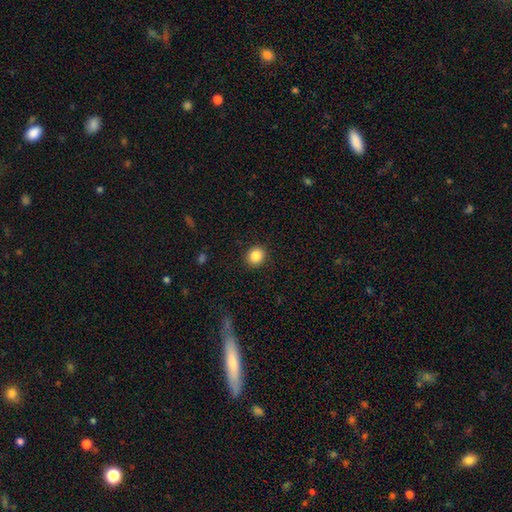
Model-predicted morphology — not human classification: smooth-or-featured: smooth: 86% | star or artifact: 10% | featured or disk: 4%
  how-rounded: round: 79% | in between: 20% | cigar-shaped: 1%
  merging: none: 91% | minor disturbance: 6% | major disturbance: 2% | merger: 1%